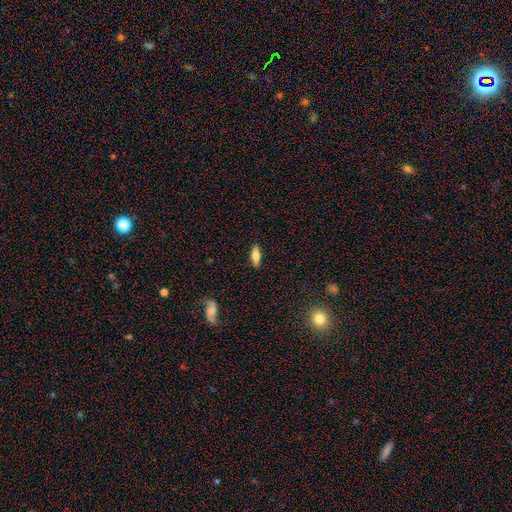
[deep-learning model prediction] A smooth galaxy with no disk features (66%) that is in between round and cigar-shaped (60%).

Vote fractions:
- Smooth or featured? smooth: 66% / featured or disk: 27% / star or artifact: 7%
- How rounded? in between: 60% / cigar-shaped: 37% / round: 3%
- Merging? none: 89% / minor disturbance: 8% / major disturbance: 2% / merger: 1%